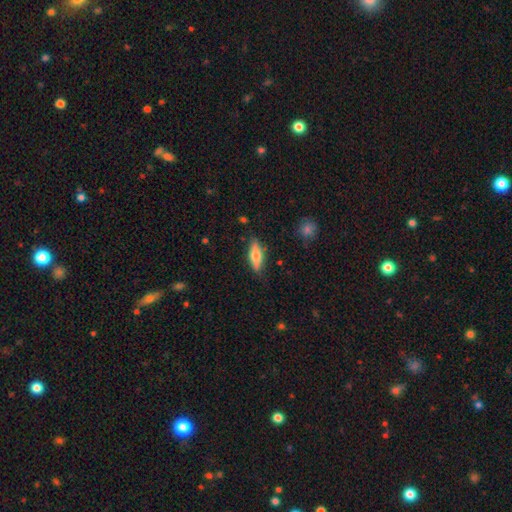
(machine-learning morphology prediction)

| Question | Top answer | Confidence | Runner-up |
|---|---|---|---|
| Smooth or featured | smooth | 62% | featured or disk (32%) |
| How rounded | in between | 55% | cigar-shaped (43%) |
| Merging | none | 83% | minor disturbance (13%) |